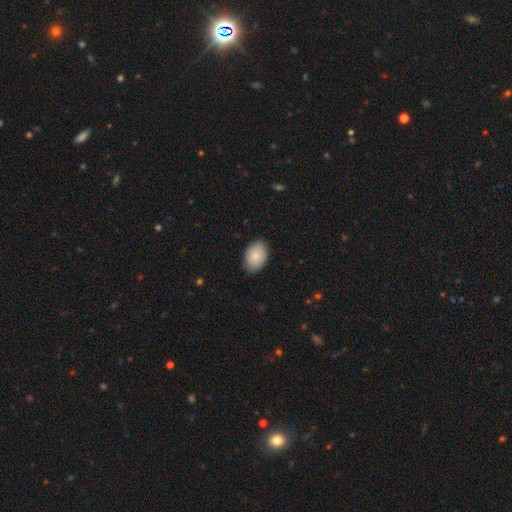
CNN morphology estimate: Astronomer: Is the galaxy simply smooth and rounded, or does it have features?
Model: smooth — 85%.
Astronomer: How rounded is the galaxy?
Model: in between — 84%.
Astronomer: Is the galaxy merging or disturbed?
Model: none — 86%.